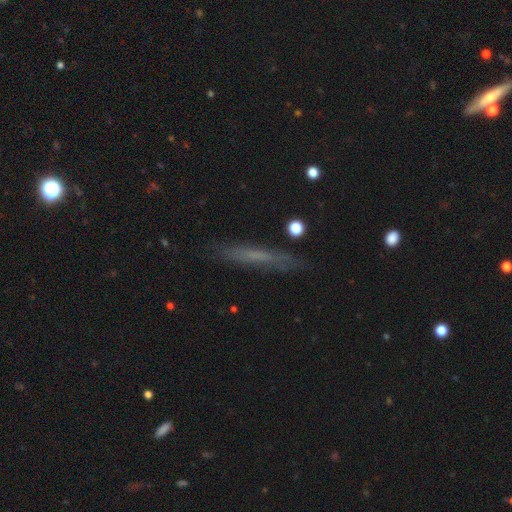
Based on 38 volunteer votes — featured or disk 58%, smooth 39%, star or artifact 3%. Down the decision tree: edge-on disk — yes (73%); edge-on bulge — none (94%); merging — none (76%).